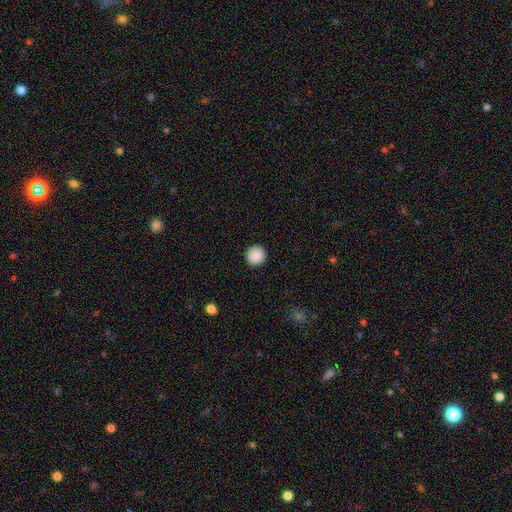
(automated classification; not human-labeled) Morphology: type=smooth (89%); roundness=round (96%); merging=none (93%).